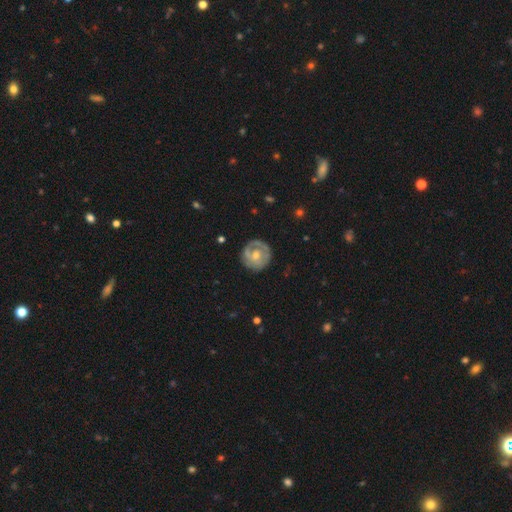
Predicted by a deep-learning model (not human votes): Overall: featured or disk (66%; smooth 28%). Edge-on disk: no (97%). Bar: no (72%). Spiral arms: yes (73%). Bulge size: moderate (59%; small 34%). Merging: none (76%).